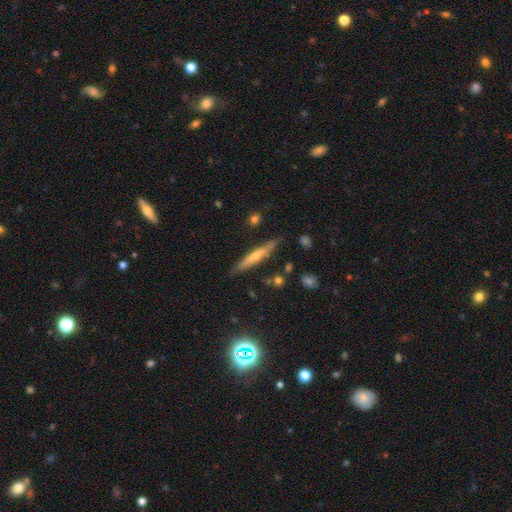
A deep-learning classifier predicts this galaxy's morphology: smooth_or_featured: featured or disk (p=0.53) [alt: smooth p=0.38]
disk_edge_on: yes (p=0.92) [alt: no p=0.08]
merging: none (p=0.84) [alt: minor disturbance p=0.12]